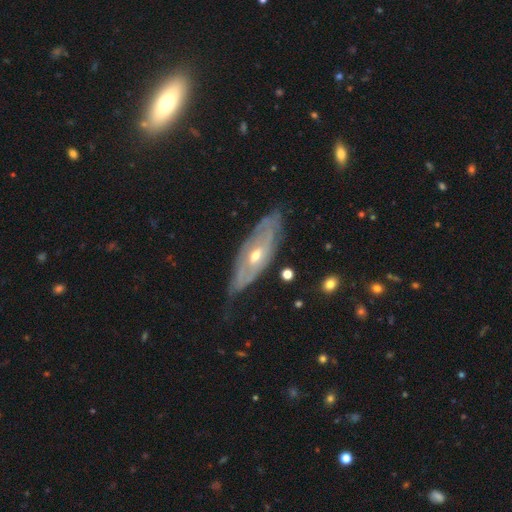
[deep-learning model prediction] Morphology: type=featured or disk (78%); edge-on=no (78%); bar=no (60%); spiral arms=yes (73%); bulge=moderate (55%); merging=none (65%).